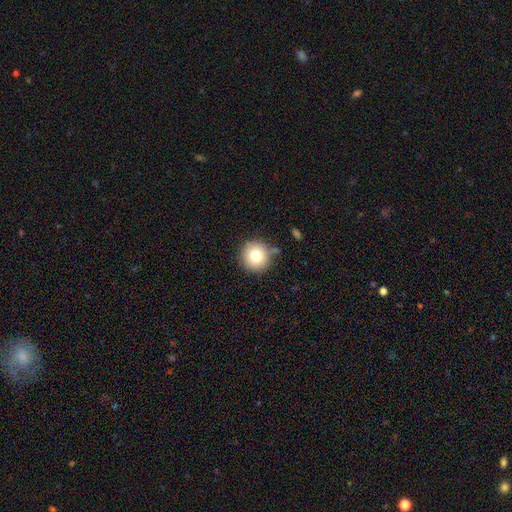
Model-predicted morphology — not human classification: A smooth galaxy with no disk features (77%) that is round (95%). Merging: none (81%).